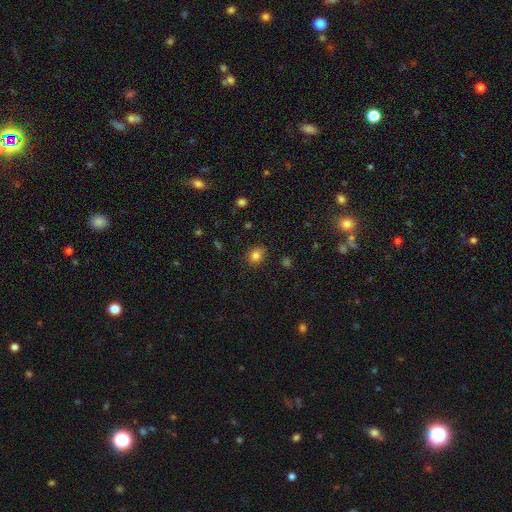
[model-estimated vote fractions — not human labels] Morphology: type=smooth (82%); roundness=round (69%); merging=none (85%).